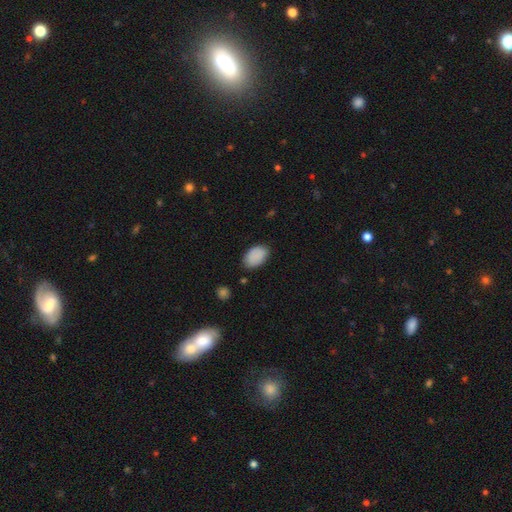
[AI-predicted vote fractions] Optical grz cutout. It shows a smooth galaxy with no disk features (89%) that is in between round and cigar-shaped (91%). Merging: none (80%).